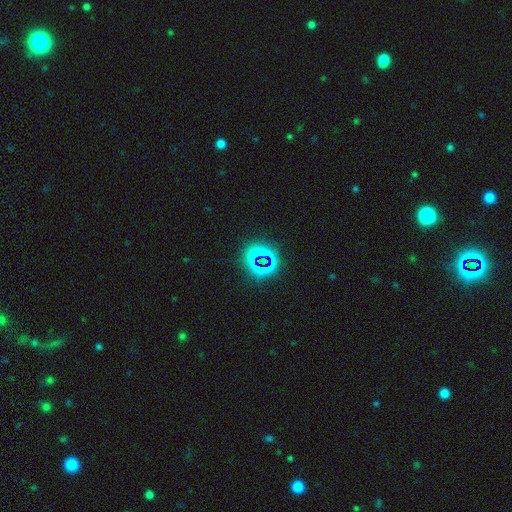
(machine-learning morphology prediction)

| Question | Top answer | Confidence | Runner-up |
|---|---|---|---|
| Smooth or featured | star or artifact | 64% | smooth (25%) |